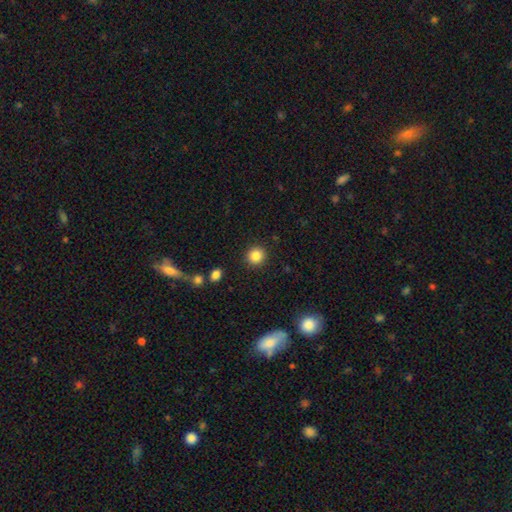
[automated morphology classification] Smooth or featured? smooth (85%)
How rounded? round (93%)
Merging? none (91%)